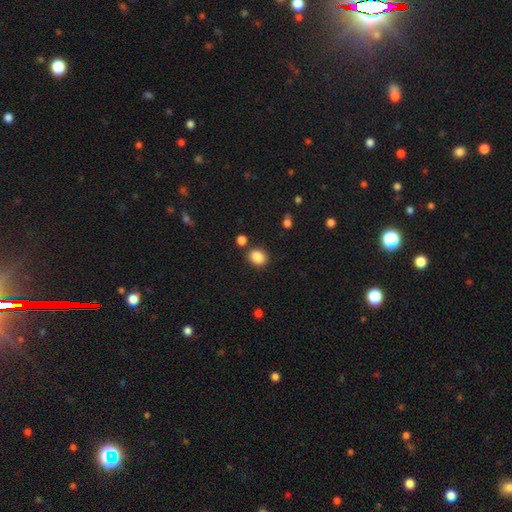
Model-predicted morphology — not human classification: Smooth or featured: smooth — 87% (star or artifact — 9%)
How rounded: in between — 50% (round — 49%)
Merging: none — 79% (minor disturbance — 11%)